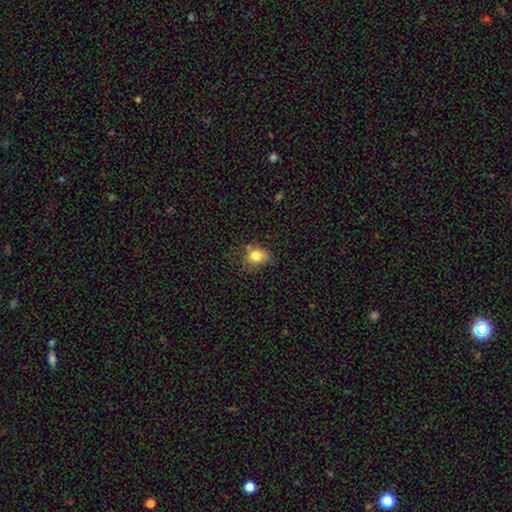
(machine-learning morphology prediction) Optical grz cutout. It shows a smooth galaxy with no disk features (80%) that is in between round and cigar-shaped (53%). Merging: none (54%).